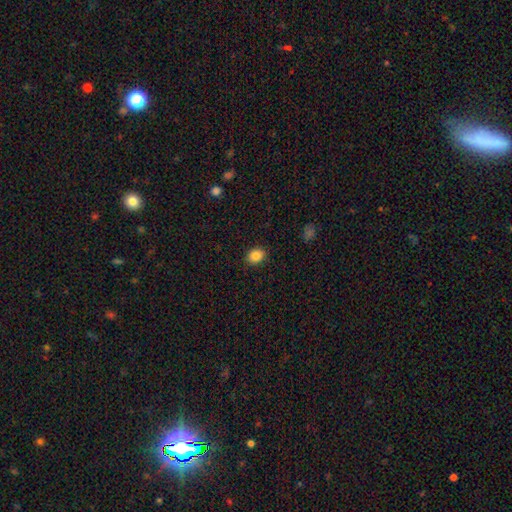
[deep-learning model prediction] Q: Smooth or featured?
A: smooth (86%); runner-up: star or artifact (9%)
Q: How rounded?
A: in between (56%); runner-up: round (43%)
Q: Merging?
A: none (88%); runner-up: minor disturbance (8%)